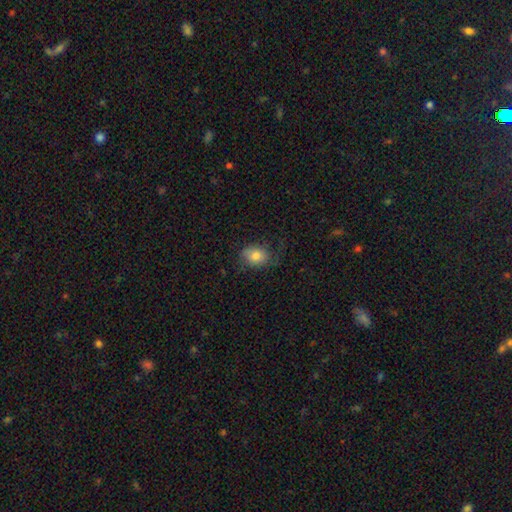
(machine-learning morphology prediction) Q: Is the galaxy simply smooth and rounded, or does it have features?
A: smooth — 77%.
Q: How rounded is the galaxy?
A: in between — 62%.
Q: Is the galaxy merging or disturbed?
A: none — 60%.